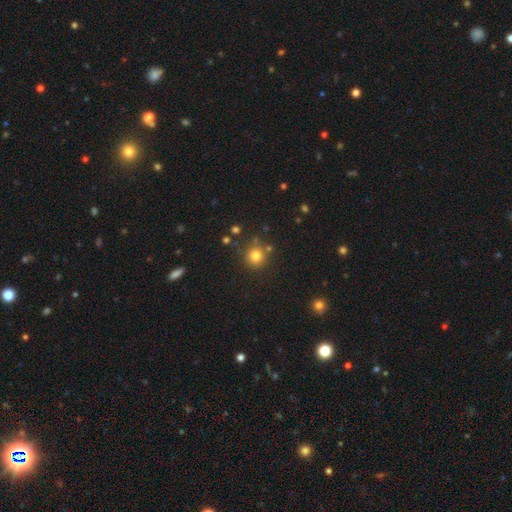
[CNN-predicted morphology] Smooth or featured: smooth — 79% (star or artifact — 14%)
How rounded: round — 93% (in between — 7%)
Merging: none — 80% (minor disturbance — 9%)